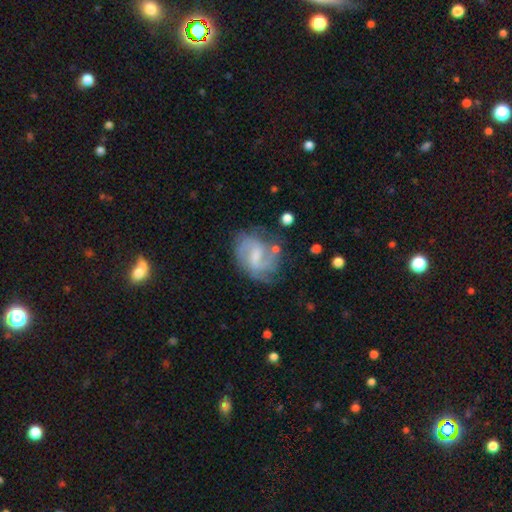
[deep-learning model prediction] featured or disk 76%, smooth 17%, star or artifact 7%. Down the decision tree: edge-on disk — no (98%); bar — weak (57%); spiral arms — yes (89%); spiral arm count — 2 (69%); spiral winding — medium (47%); bulge size — small (37%); merging — none (60%).